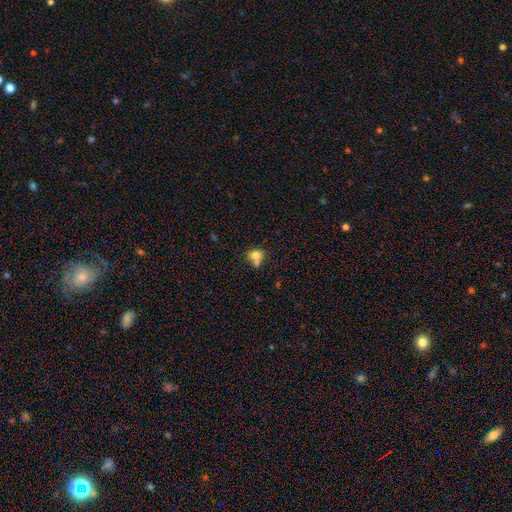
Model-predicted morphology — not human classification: smooth-or-featured: smooth: 75% | featured or disk: 14% | star or artifact: 12%
  how-rounded: round: 51% | in between: 48% | cigar-shaped: 1%
  merging: merger: 44% | none: 38% | minor disturbance: 13% | major disturbance: 5%